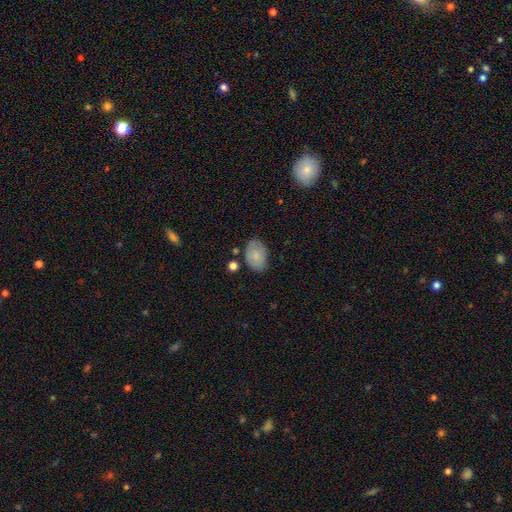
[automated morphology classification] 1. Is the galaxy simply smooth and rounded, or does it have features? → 80% smooth, 13% featured or disk, 7% star or artifact.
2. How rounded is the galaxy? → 85% in between, 13% round, 1% cigar-shaped.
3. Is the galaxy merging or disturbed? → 73% none, 19% minor disturbance, 4% merger, 4% major disturbance.